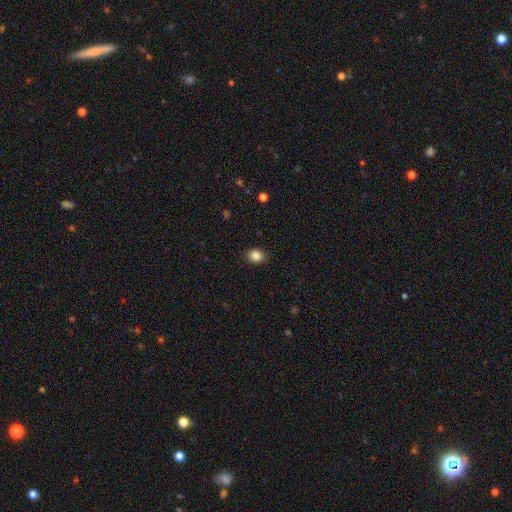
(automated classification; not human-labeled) This appears to be a smooth galaxy with no disk features (86%) that is round (52%). Merging: none (89%).